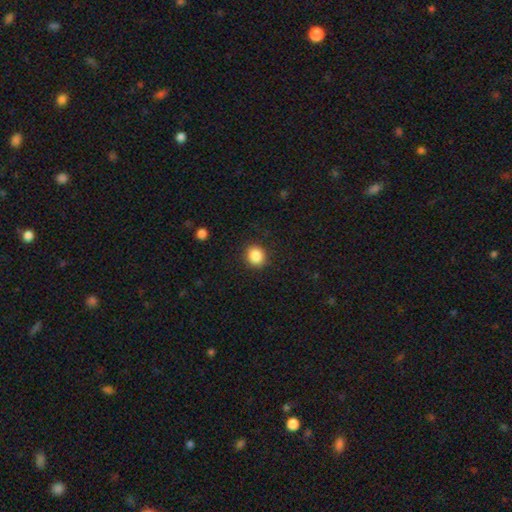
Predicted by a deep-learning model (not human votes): A smooth galaxy with no disk features (87%) that is round (81%).

Vote fractions:
- Smooth or featured? smooth: 87% / star or artifact: 9% / featured or disk: 4%
- How rounded? round: 81% / in between: 18% / cigar-shaped: 1%
- Merging? none: 90% / minor disturbance: 7% / major disturbance: 2% / merger: 1%